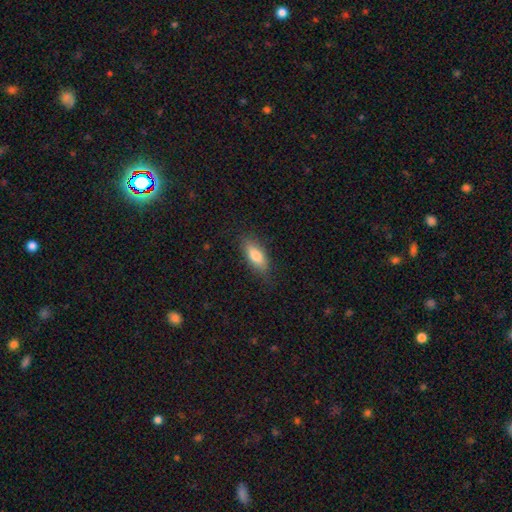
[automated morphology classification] smooth_or_featured: smooth (p=0.77) [alt: featured or disk p=0.16]
how_rounded: in between (p=0.74) [alt: cigar-shaped p=0.23]
merging: none (p=0.81) [alt: minor disturbance p=0.14]